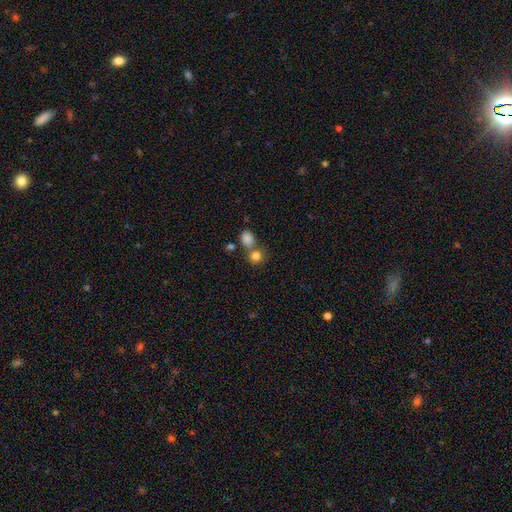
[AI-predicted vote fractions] Overall: smooth (82%). How rounded: round (78%). Merging: none (54%; merger 34%).